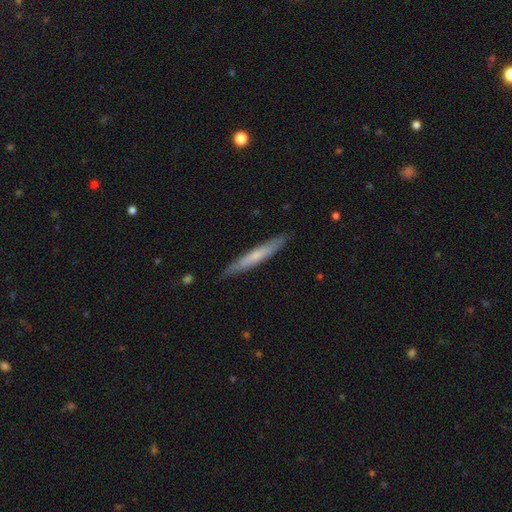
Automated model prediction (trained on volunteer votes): Overall: smooth (58%; featured or disk 37%). How rounded: cigar-shaped (95%). Merging: none (88%).